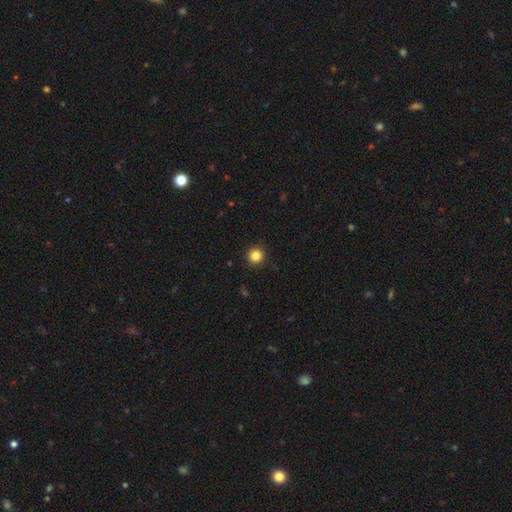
smooth-or-featured: smooth: 92% | star or artifact: 8% | featured or disk: 0%
  how-rounded: round: 100% | in between: 0% | cigar-shaped: 0%
  merging: none: 94% | minor disturbance: 3% | major disturbance: 3% | merger: 0%